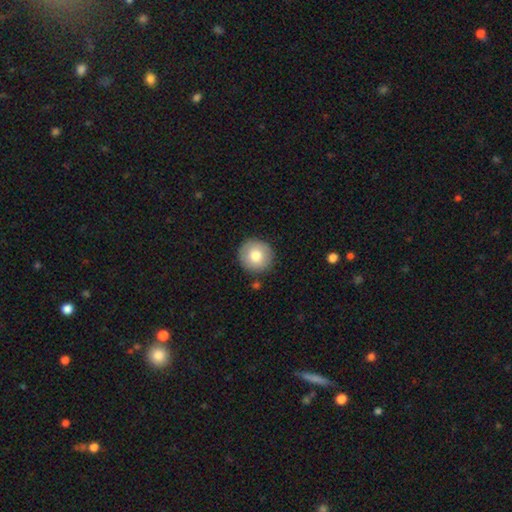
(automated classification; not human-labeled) Smooth or featured? Predicted: smooth (p=0.78). How rounded? Predicted: round (p=0.94). Merging? Predicted: none (p=0.88).